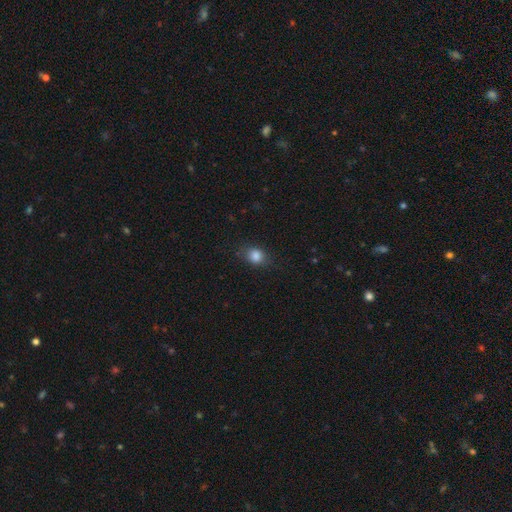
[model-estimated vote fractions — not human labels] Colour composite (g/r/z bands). It shows a smooth galaxy with no disk features (84%) that is round (55%). Merging: none (79%).